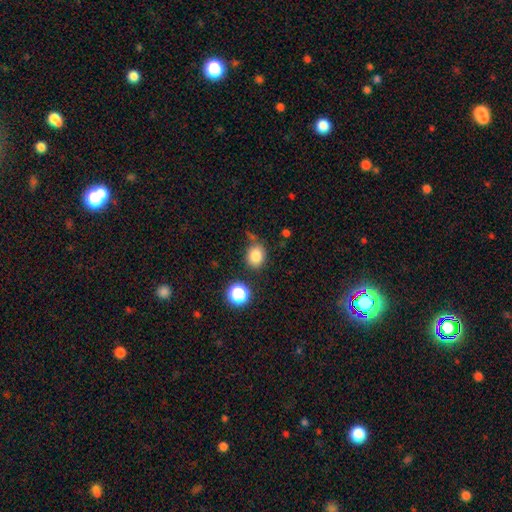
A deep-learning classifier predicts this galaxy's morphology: A smooth galaxy with no disk features (83%) that is round (60%). Merging: none (74%).